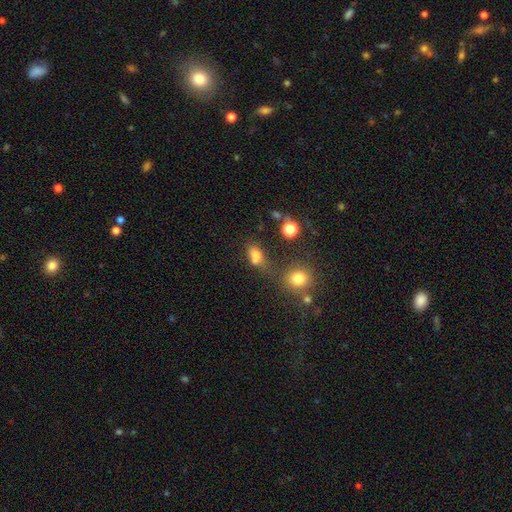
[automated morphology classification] type=smooth (75%); roundness=in between (68%); merging=none (43%).